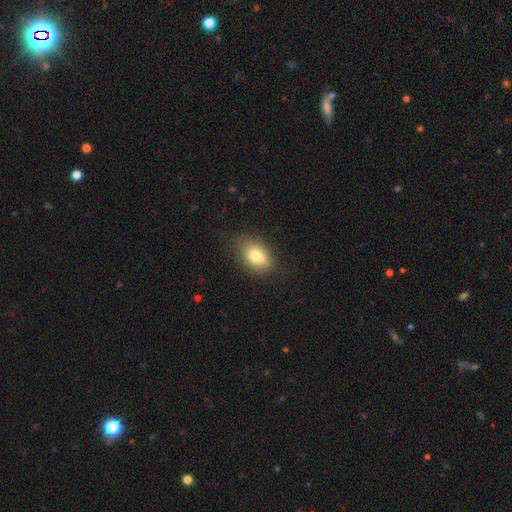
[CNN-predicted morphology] This appears to be a smooth galaxy with no disk features (72%) that is in between round and cigar-shaped (80%). Merging: none (60%).